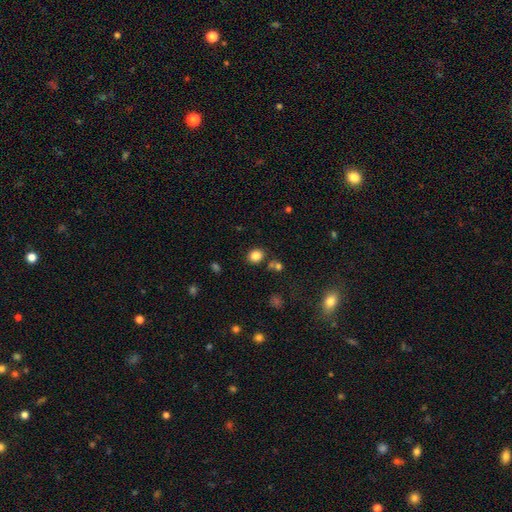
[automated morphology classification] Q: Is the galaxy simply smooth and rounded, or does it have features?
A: smooth — 84%.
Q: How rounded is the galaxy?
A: round — 65%.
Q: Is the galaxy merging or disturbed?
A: none — 79%.